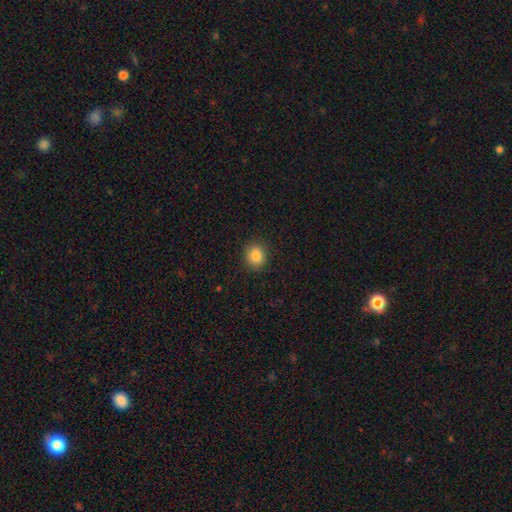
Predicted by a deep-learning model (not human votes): smooth 84%, star or artifact 10%, featured or disk 5%. Down the decision tree: how rounded — round (74%); merging — none (90%).